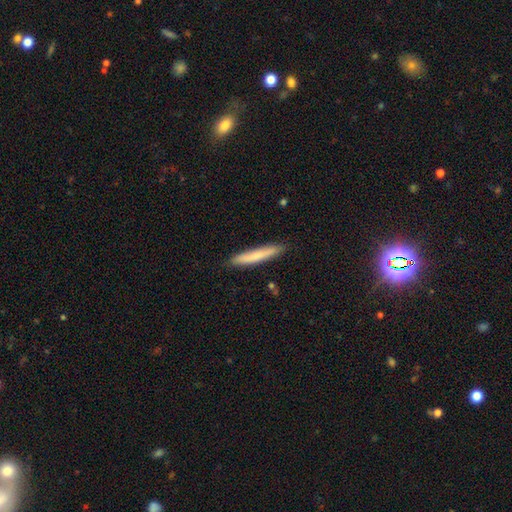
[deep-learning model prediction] Overall: smooth (75%). How rounded: cigar-shaped (94%). Merging: none (88%).